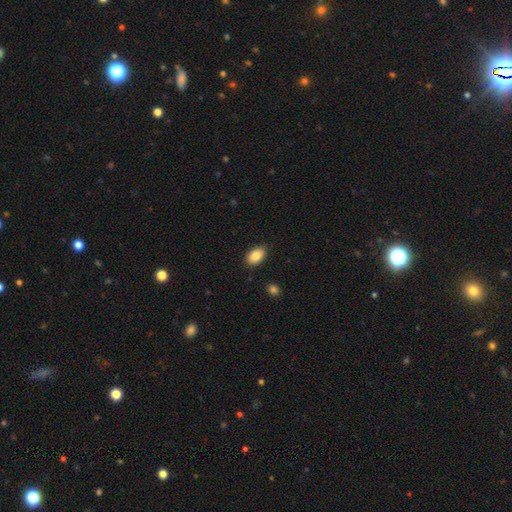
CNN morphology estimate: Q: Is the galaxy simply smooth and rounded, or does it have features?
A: smooth — 87%.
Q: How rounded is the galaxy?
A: in between — 90%.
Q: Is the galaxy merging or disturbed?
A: none — 87%.